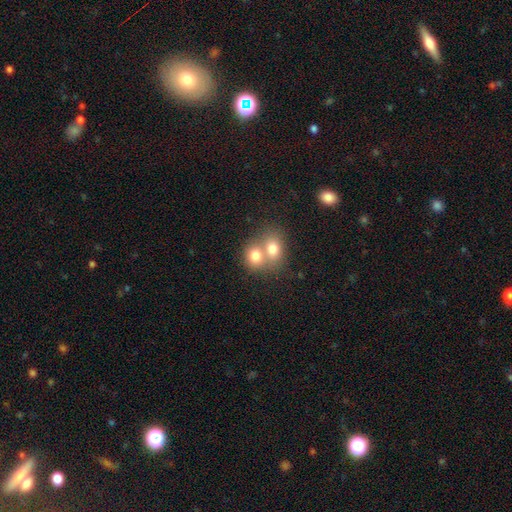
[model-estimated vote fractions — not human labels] smooth 76%, featured or disk 15%, star or artifact 9%. Down the decision tree: how rounded — round (53%); merging — merger (69%).